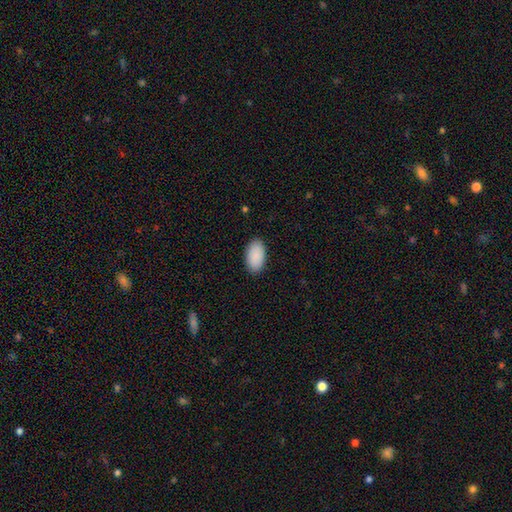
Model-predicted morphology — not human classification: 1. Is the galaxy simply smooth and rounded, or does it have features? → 91% smooth, 6% star or artifact, 3% featured or disk.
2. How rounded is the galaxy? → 96% in between, 2% round, 1% cigar-shaped.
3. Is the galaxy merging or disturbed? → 89% none, 8% minor disturbance, 2% major disturbance, 1% merger.